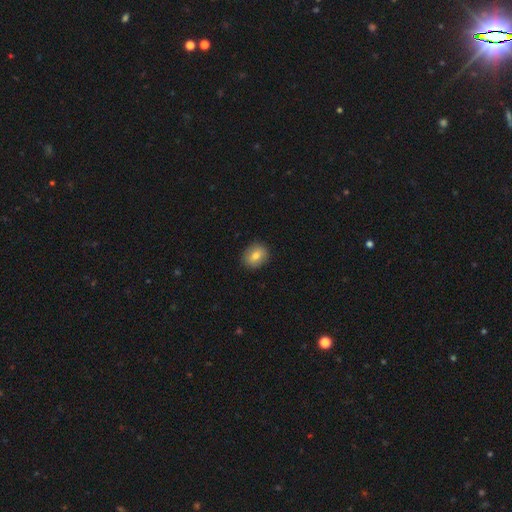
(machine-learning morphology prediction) smooth-or-featured: smooth: 77% | featured or disk: 14% | star or artifact: 9%
  how-rounded: round: 54% | in between: 45% | cigar-shaped: 1%
  merging: none: 88% | minor disturbance: 9% | major disturbance: 2% | merger: 1%